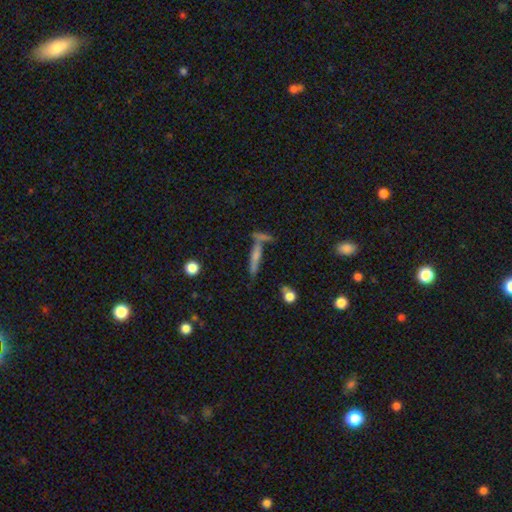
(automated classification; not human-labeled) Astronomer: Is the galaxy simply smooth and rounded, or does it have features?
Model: smooth — 50% (runner-up: featured or disk, 39%).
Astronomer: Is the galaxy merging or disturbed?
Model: none — 58%.